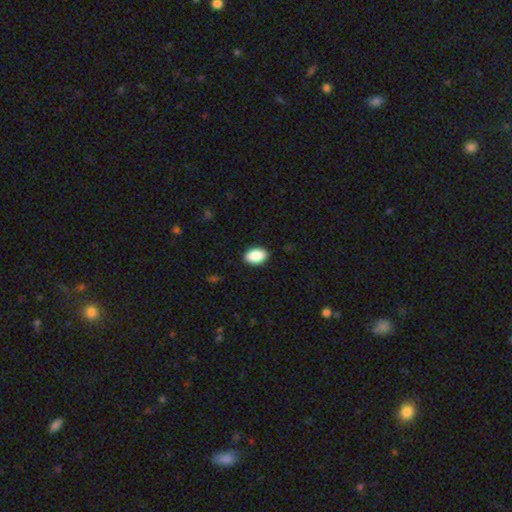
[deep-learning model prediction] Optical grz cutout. It shows a smooth galaxy with no disk features (89%) that is in between round and cigar-shaped (91%). Merging: none (90%).